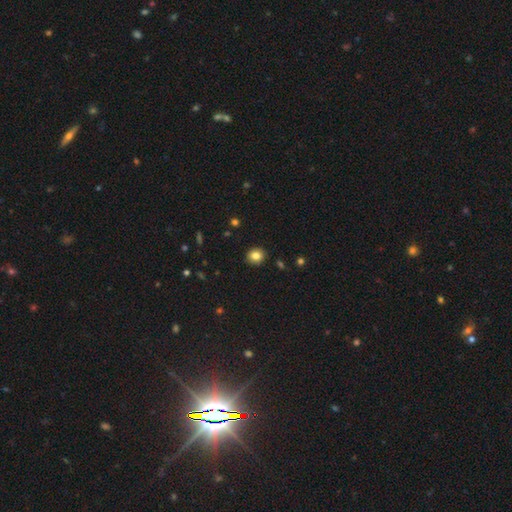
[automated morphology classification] Q: Smooth or featured?
A: smooth (83%); runner-up: star or artifact (10%)
Q: How rounded?
A: round (77%); runner-up: in between (22%)
Q: Merging?
A: none (91%); runner-up: minor disturbance (6%)